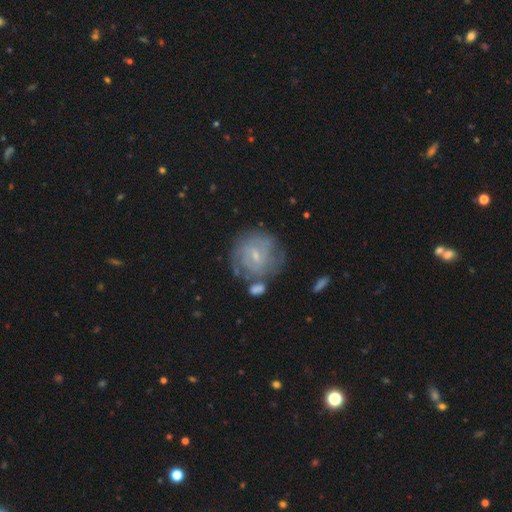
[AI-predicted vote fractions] This appears to be a featured or disk galaxy (68%) with a weak bar (55%), tight (64%) spiral arms (80%) and a small central bulge (71%). Merging: none (63%).